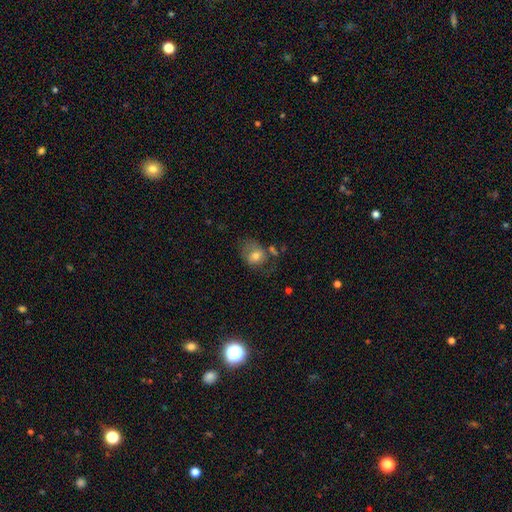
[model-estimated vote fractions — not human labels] This is likely a smooth galaxy (69%). How rounded: possibly round (53%). Merging: marginally none (42%).